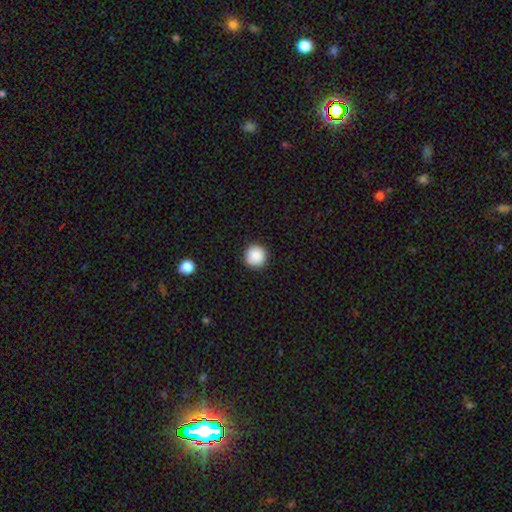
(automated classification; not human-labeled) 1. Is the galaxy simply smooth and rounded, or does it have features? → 88% smooth, 9% star or artifact, 3% featured or disk.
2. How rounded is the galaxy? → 96% round, 3% in between, 1% cigar-shaped.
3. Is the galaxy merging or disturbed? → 92% none, 6% minor disturbance, 2% major disturbance, 1% merger.